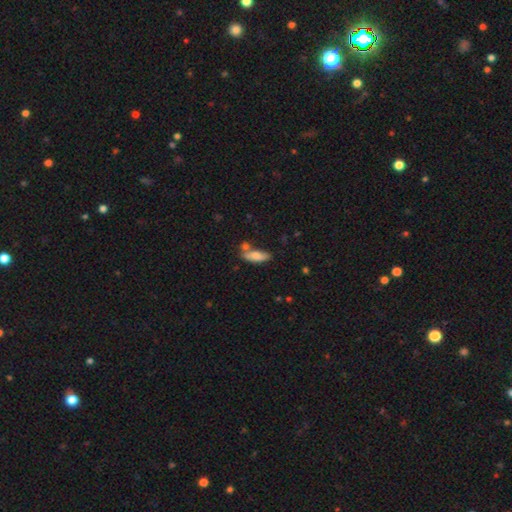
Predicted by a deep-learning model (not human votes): This is likely a smooth galaxy (79%). How rounded: possibly in between (57%). Merging: likely none (61%).